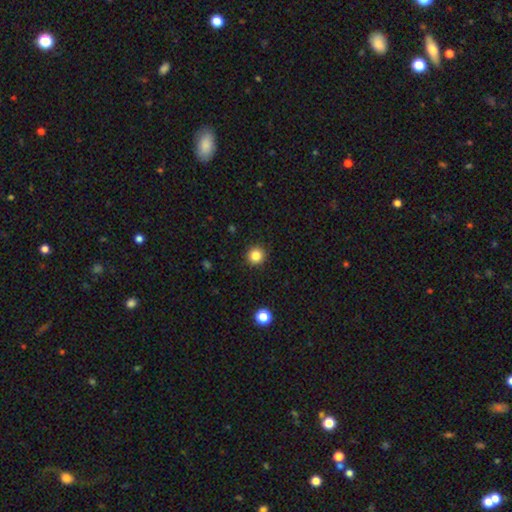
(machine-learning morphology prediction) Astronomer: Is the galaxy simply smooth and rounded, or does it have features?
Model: smooth — 84%.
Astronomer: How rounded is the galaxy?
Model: round — 95%.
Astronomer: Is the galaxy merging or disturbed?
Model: none — 92%.